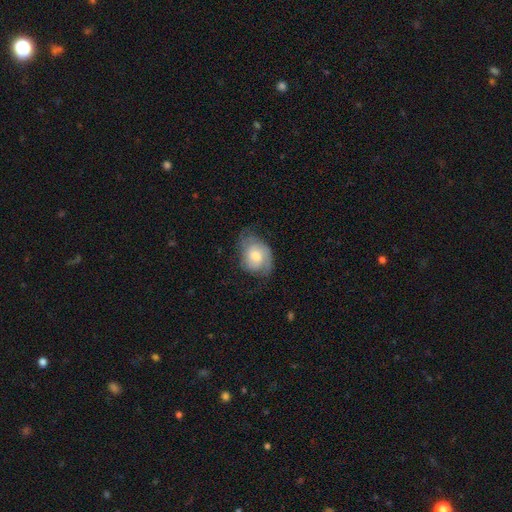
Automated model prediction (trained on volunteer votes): Smooth or featured: featured or disk — 52% (smooth — 41%)
Edge-on disk: no — 96% (yes — 4%)
Bar: no — 66% (weak — 30%)
Spiral arms: yes — 83% (no — 17%)
Bulge size: moderate — 62% (small — 24%)
Merging: none — 53% (minor disturbance — 30%)